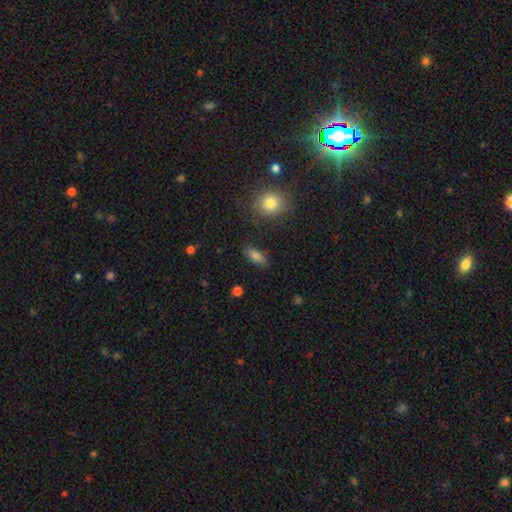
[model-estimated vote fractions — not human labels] Morphology: type=smooth (82%); roundness=in between (85%); merging=none (81%).